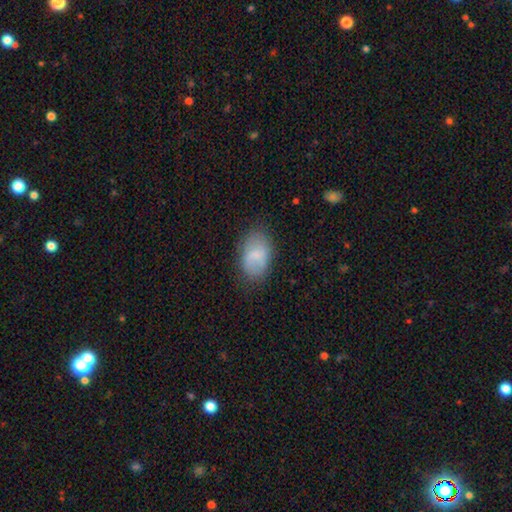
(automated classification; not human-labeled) Smooth or featured: smooth — 72% (featured or disk — 20%)
How rounded: in between — 87% (round — 11%)
Merging: none — 74% (minor disturbance — 19%)